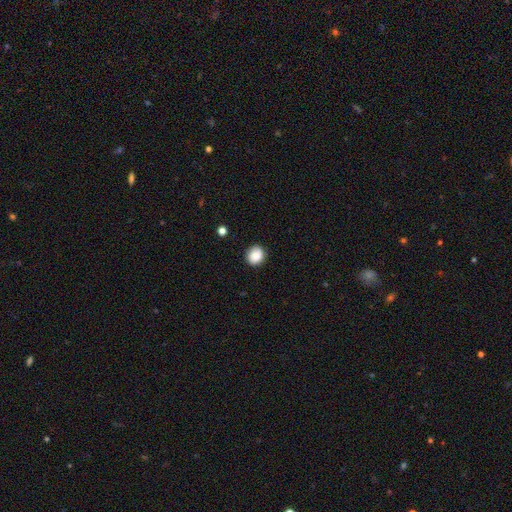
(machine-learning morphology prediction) smooth 86%, star or artifact 9%, featured or disk 5%. Down the decision tree: how rounded — round (78%); merging — none (86%).